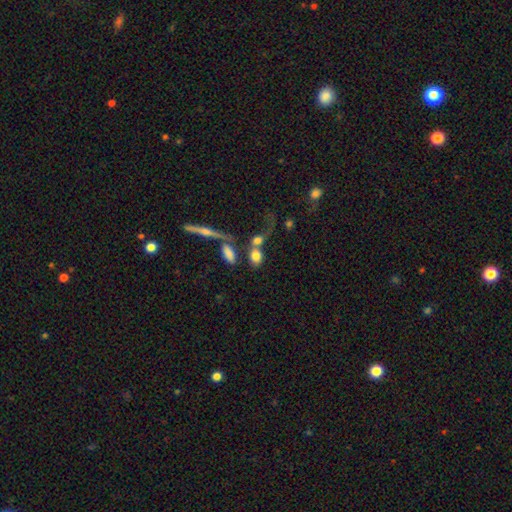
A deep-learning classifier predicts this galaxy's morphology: smooth-or-featured: smooth: 72% | featured or disk: 18% | star or artifact: 10%
  how-rounded: in between: 60% | round: 34% | cigar-shaped: 6%
  merging: merger: 44% | none: 34% | major disturbance: 11% | minor disturbance: 11%